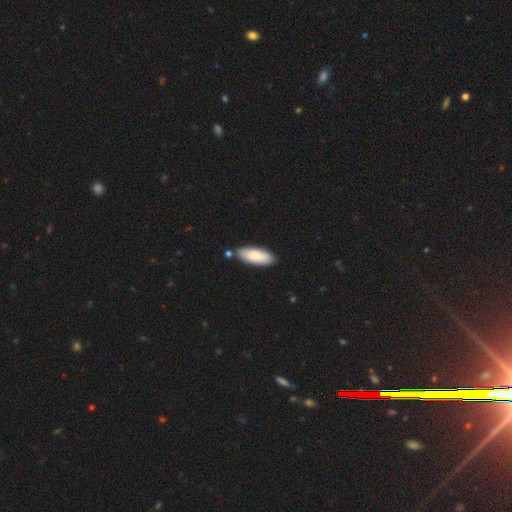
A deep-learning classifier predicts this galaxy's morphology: Smooth or featured?
  - smooth: 81% *
  - featured or disk: 14%
  - star or artifact: 5%
How rounded?
  - in between: 72% *
  - cigar-shaped: 26%
  - round: 2%
Merging?
  - none: 81% *
  - minor disturbance: 11%
  - merger: 6%
  - major disturbance: 2%